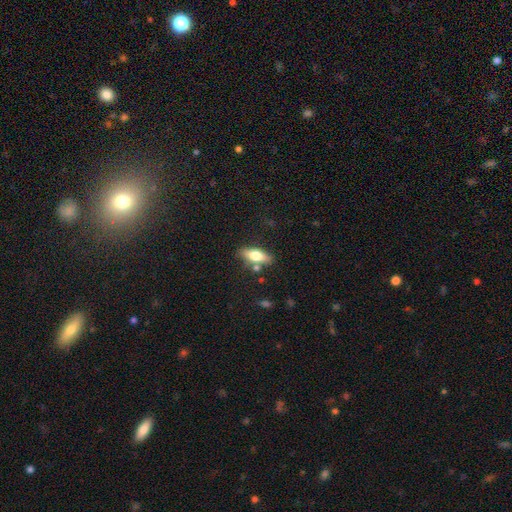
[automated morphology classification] Smooth or featured? Predicted: smooth (p=0.65). How rounded? Predicted: in between (p=0.67). Merging? Predicted: none (p=0.76).